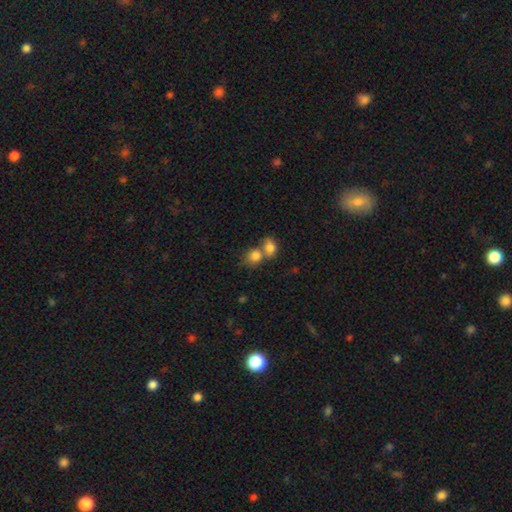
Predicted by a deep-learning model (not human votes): This is clearly a smooth galaxy (81%). How rounded: likely round (65%). Merging: possibly merger (58%).